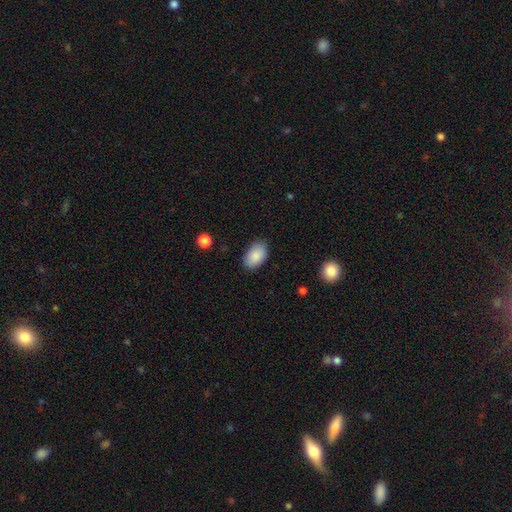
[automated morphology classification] A smooth galaxy with no disk features (88%) that is in between round and cigar-shaped (93%).

Vote fractions:
- Smooth or featured? smooth: 88% / star or artifact: 7% / featured or disk: 6%
- How rounded? in between: 93% / round: 6% / cigar-shaped: 1%
- Merging? none: 84% / minor disturbance: 12% / major disturbance: 3% / merger: 1%